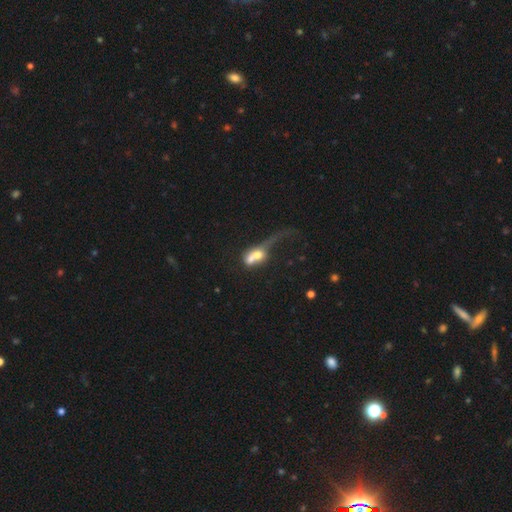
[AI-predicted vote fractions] smooth 54%, featured or disk 36%, star or artifact 10%. Down the decision tree: how rounded — in between (47%); merging — merger (61%).